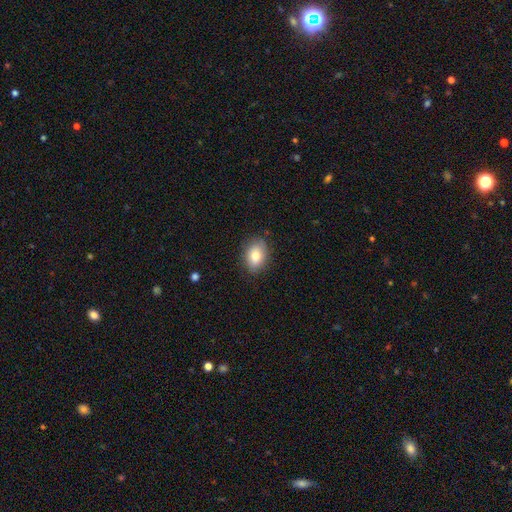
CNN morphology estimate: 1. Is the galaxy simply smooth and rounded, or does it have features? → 79% smooth, 13% featured or disk, 8% star or artifact.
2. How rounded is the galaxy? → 79% in between, 20% round, 1% cigar-shaped.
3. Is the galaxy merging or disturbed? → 83% none, 13% minor disturbance, 3% major disturbance, 1% merger.